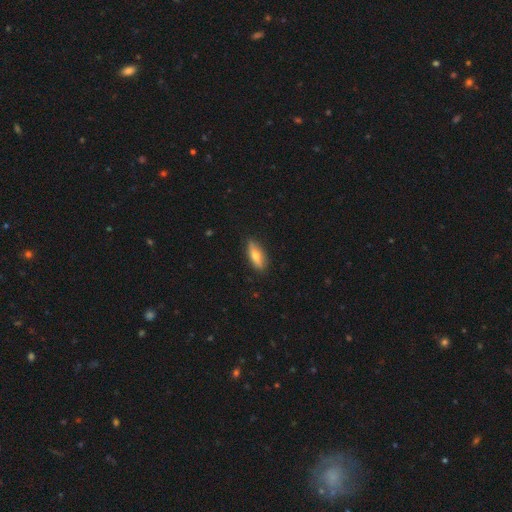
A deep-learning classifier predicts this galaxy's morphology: A smooth galaxy with no disk features (64%) that is in between round and cigar-shaped (58%). Merging: none (86%).